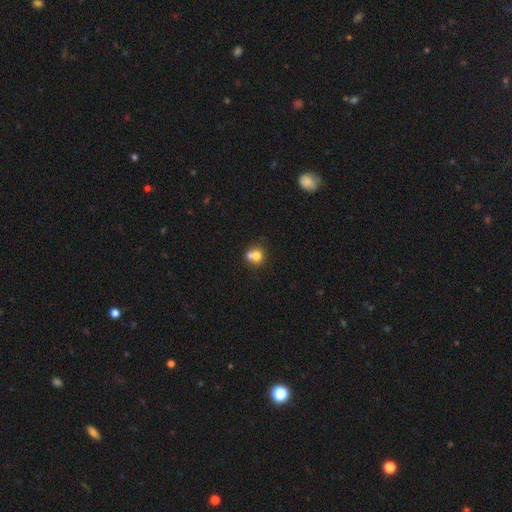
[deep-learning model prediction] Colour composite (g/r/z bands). It shows a smooth galaxy with no disk features (71%) that is round (81%). Merging: merger (56%).